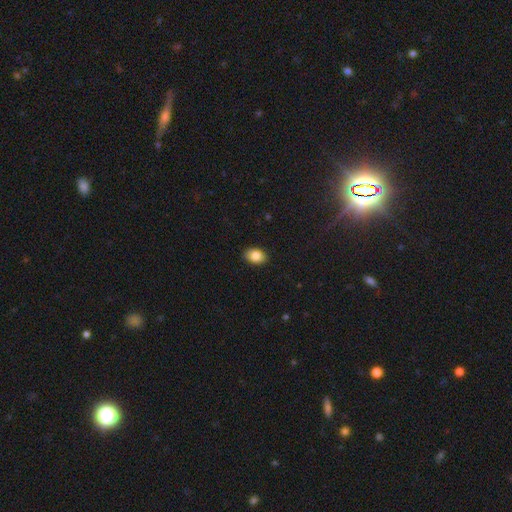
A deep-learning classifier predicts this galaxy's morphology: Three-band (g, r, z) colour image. It shows a smooth galaxy with no disk features (85%) that is in between round and cigar-shaped (81%). Merging: none (89%).